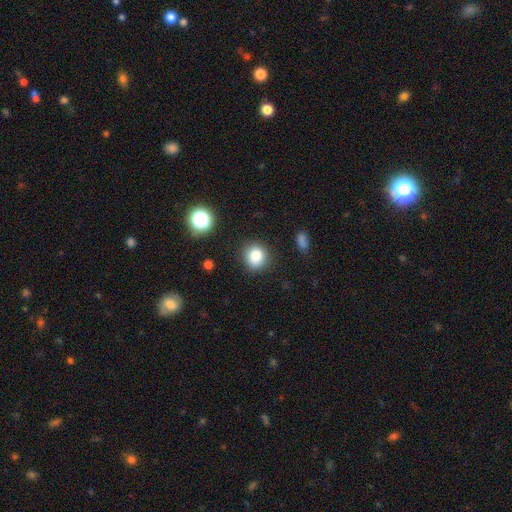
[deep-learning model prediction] Overall: smooth (83%). How rounded: round (85%). Merging: none (86%).